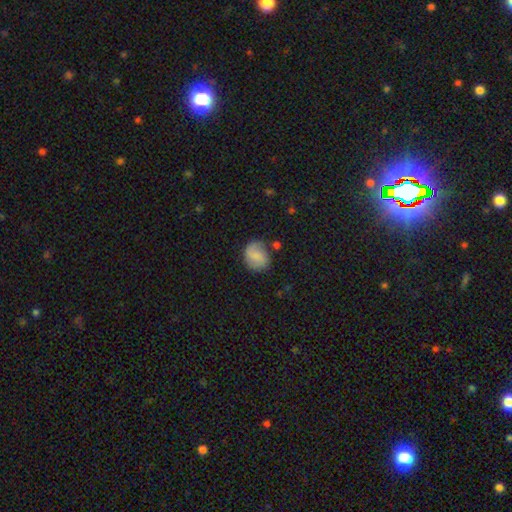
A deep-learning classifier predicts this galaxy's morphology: Q: Smooth or featured?
A: smooth (77%); runner-up: featured or disk (15%)
Q: How rounded?
A: round (54%); runner-up: in between (44%)
Q: Merging?
A: none (64%); runner-up: minor disturbance (23%)